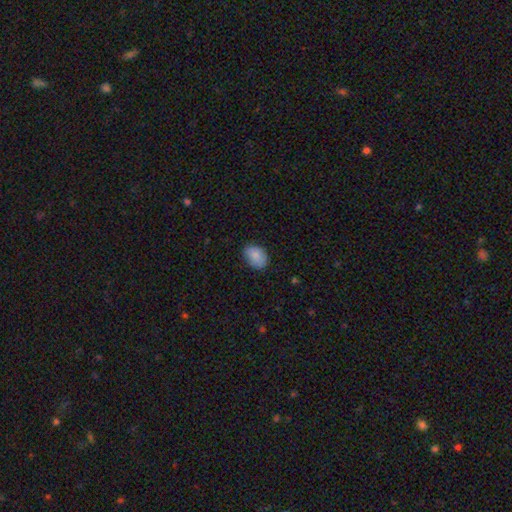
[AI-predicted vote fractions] The model was most divided on "how rounded": in between: 78%, round: 21%, cigar-shaped: 1%. More confident: smooth or featured — smooth (86%); merging — none (79%).